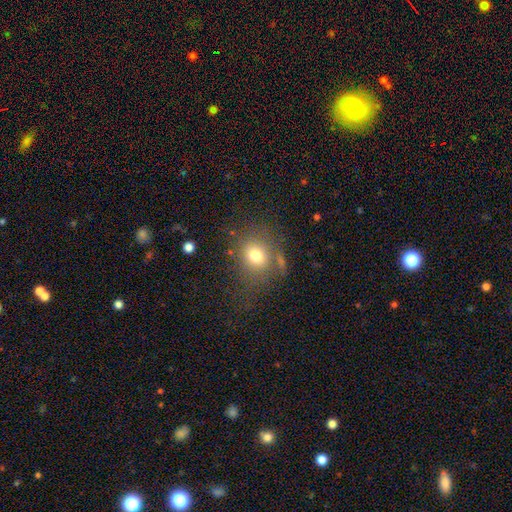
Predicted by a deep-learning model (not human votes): The model was most divided on "how rounded": round: 65%, in between: 34%, cigar-shaped: 1%. More confident: smooth or featured — smooth (74%); merging — none (66%).